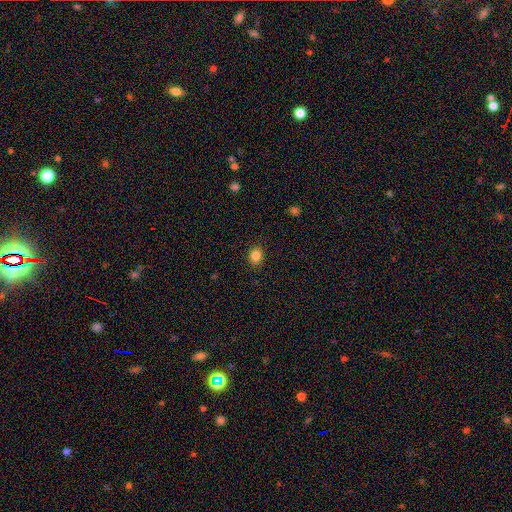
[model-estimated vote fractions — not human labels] This is clearly a smooth galaxy (85%). How rounded: possibly round (58%). Merging: clearly none (89%).